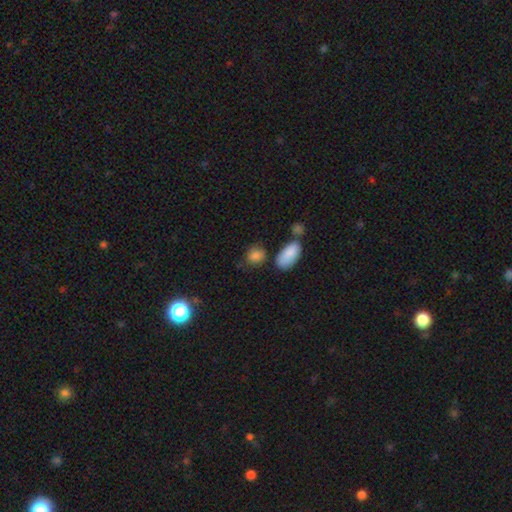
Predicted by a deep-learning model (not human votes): Overall: smooth (84%). How rounded: in between (60%; round 37%). Merging: none (62%).